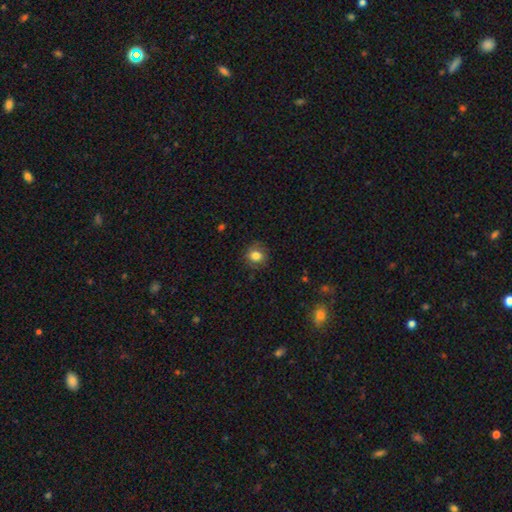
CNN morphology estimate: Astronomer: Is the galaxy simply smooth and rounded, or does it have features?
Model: smooth — 82%.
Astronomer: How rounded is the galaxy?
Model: round — 76%.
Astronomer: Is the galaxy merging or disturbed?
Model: none — 82%.